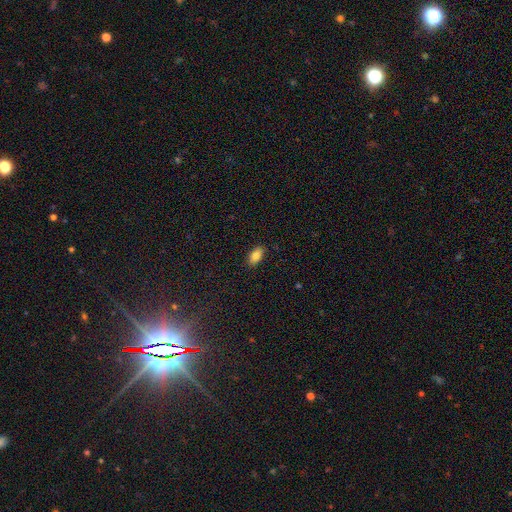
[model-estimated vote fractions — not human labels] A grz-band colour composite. It shows a smooth galaxy with no disk features (86%) that is in between round and cigar-shaped (92%). Merging: none (87%).